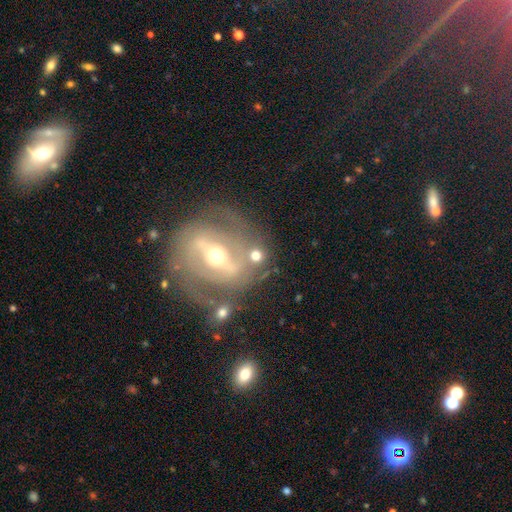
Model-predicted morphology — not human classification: A featured or disk galaxy (49%). Merging: none (62%).